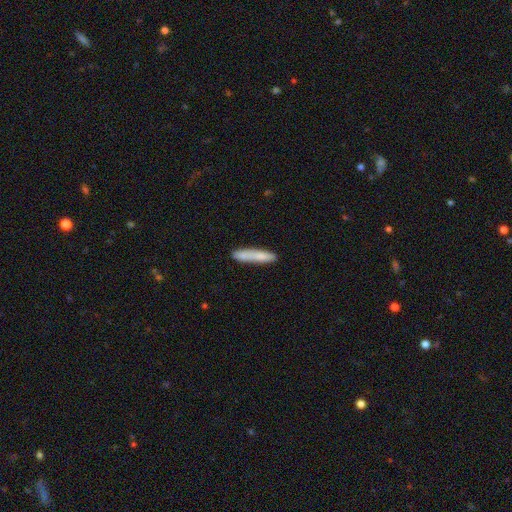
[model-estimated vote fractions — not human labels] smooth_or_featured: smooth (p=0.77) [alt: featured or disk p=0.17]
how_rounded: cigar-shaped (p=0.90) [alt: in between p=0.08]
merging: none (p=0.79) [alt: minor disturbance p=0.14]